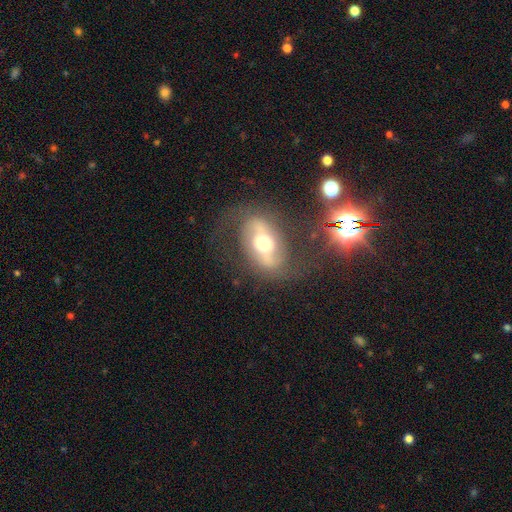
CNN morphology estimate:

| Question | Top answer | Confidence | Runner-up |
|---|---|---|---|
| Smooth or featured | featured or disk | 73% | smooth (15%) |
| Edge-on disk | no | 92% | yes (8%) |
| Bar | strong | 40% | weak (30%) |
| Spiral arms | yes | 80% | no (20%) |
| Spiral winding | medium | 42% | loose (39%) |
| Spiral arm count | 2 | 85% | can't tell (8%) |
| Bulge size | moderate | 70% | small (14%) |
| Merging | none | 67% | minor disturbance (16%) |